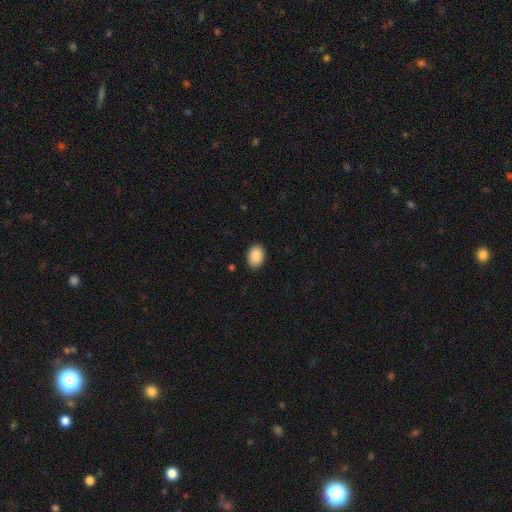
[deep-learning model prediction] Overall: smooth (90%). How rounded: in between (73%). Merging: none (89%).